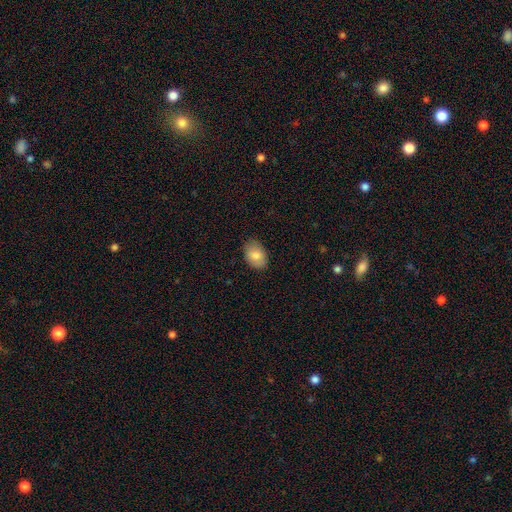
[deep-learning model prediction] smooth 82%, featured or disk 11%, star or artifact 7%. Down the decision tree: how rounded — in between (84%); merging — none (84%).